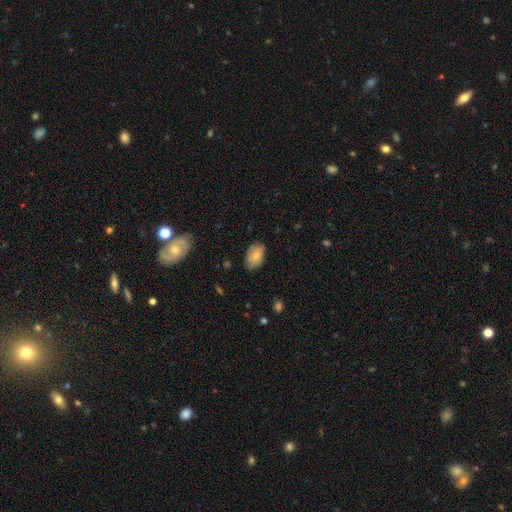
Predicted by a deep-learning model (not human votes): smooth_or_featured: smooth (p=0.74) [alt: featured or disk p=0.19]
how_rounded: in between (p=0.91) [alt: round p=0.08]
merging: none (p=0.73) [alt: minor disturbance p=0.22]